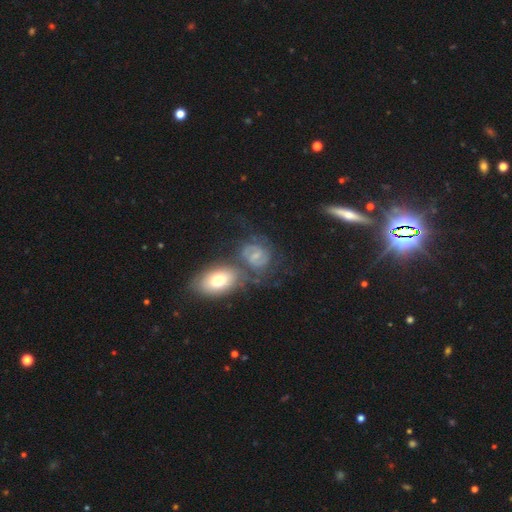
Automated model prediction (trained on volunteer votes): This appears to be a featured or disk galaxy (74%) with a weak bar (46%), 2 (69%) tight (46%) spiral arms (90%) and a small central bulge (60%). Merging: none (49%).